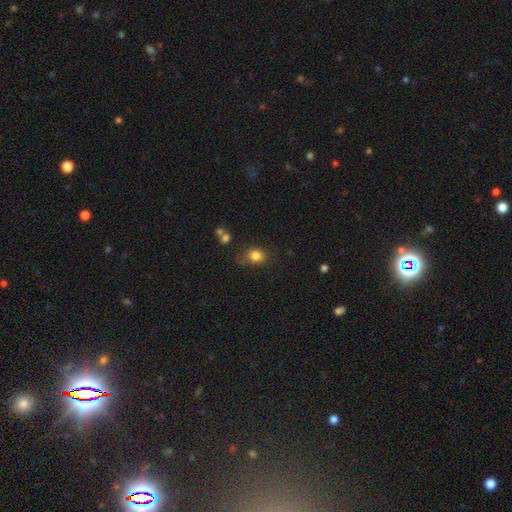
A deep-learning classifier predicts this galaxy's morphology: A smooth galaxy with no disk features (83%) that is round (56%). Merging: none (66%).